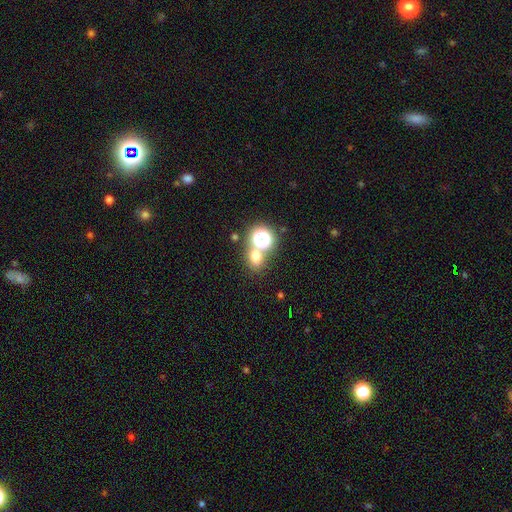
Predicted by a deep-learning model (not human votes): Smooth or featured? smooth (64%)
How rounded? round (68%)
Merging? none (61%)